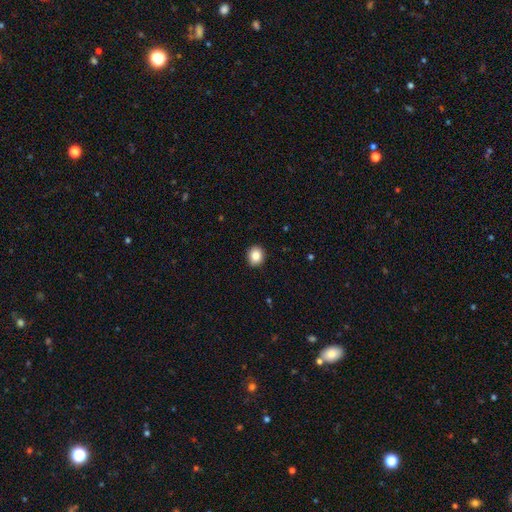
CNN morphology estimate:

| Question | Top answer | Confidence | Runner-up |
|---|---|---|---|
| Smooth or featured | smooth | 86% | star or artifact (9%) |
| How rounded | round | 75% | in between (24%) |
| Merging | none | 92% | minor disturbance (5%) |